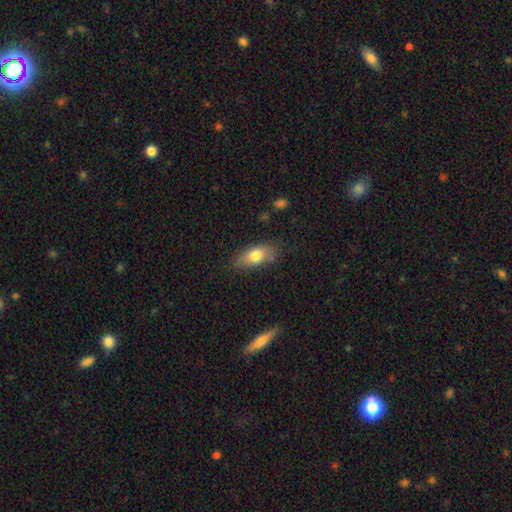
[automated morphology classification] Smooth or featured? smooth (75%)
How rounded? in between (82%)
Merging? none (77%)